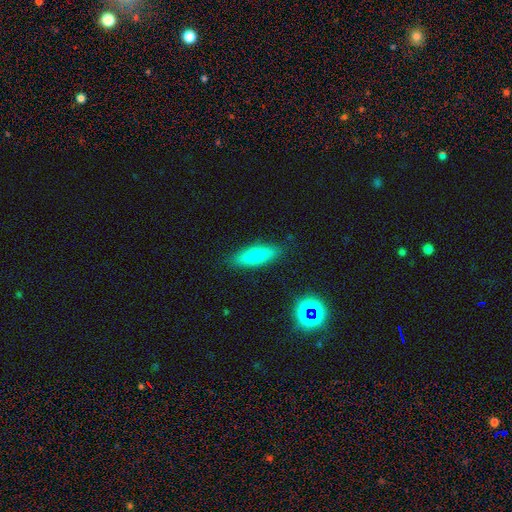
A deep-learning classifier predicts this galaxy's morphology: The model was most divided on "how rounded": cigar-shaped: 52%, in between: 46%, round: 2%. More confident: merging — none (85%); smooth or featured — smooth (76%).